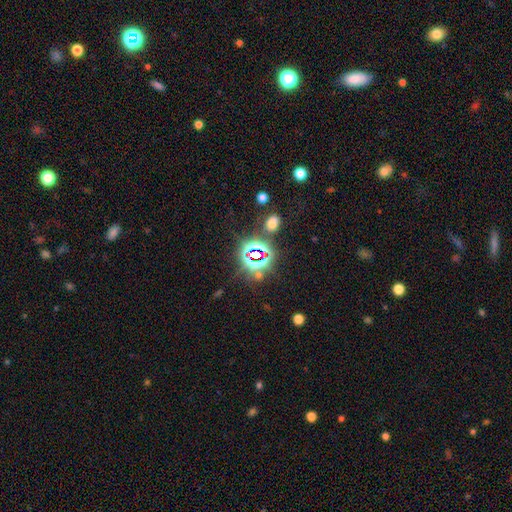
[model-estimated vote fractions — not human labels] A star or artifact, not a galaxy (78%).